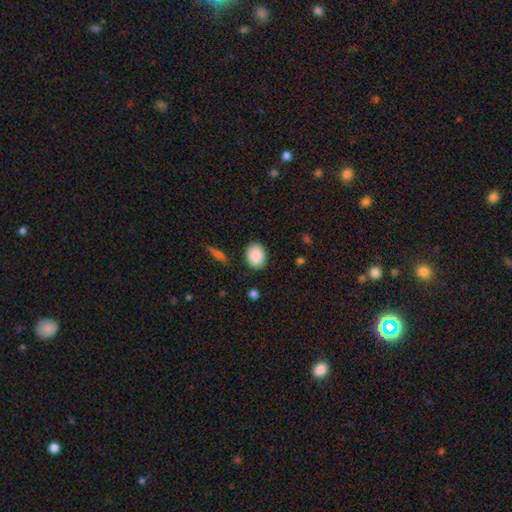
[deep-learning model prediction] smooth_or_featured: smooth (p=0.88) [alt: star or artifact p=0.07]
how_rounded: in between (p=0.62) [alt: round p=0.37]
merging: none (p=0.87) [alt: minor disturbance p=0.09]